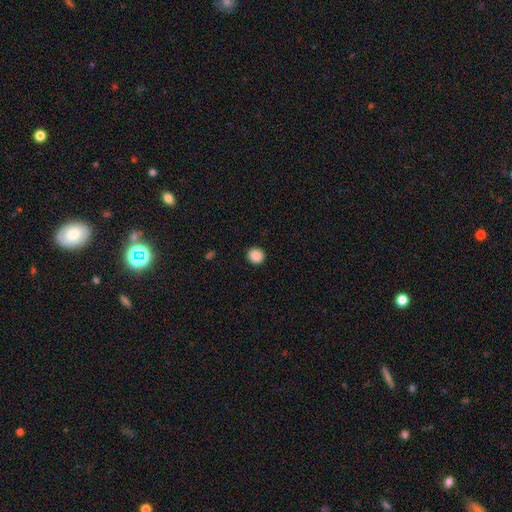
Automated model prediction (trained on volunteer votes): Smooth or featured?
  - smooth: 89% *
  - star or artifact: 9%
  - featured or disk: 2%
How rounded?
  - round: 93% *
  - in between: 6%
  - cigar-shaped: 1%
Merging?
  - none: 92% *
  - minor disturbance: 5%
  - major disturbance: 2%
  - merger: 1%